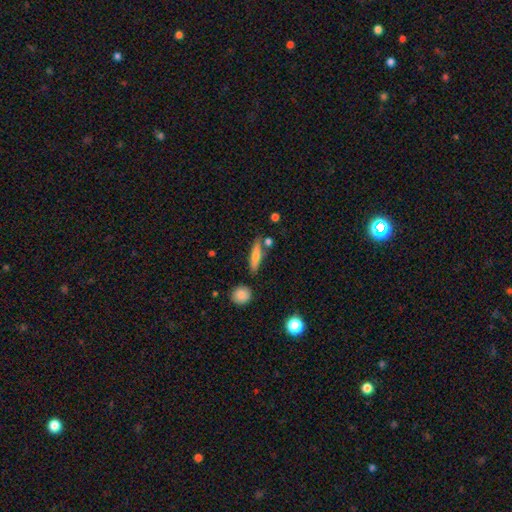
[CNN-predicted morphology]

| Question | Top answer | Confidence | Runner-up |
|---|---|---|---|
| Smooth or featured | smooth | 58% | featured or disk (35%) |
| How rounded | cigar-shaped | 75% | in between (21%) |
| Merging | none | 77% | minor disturbance (12%) |